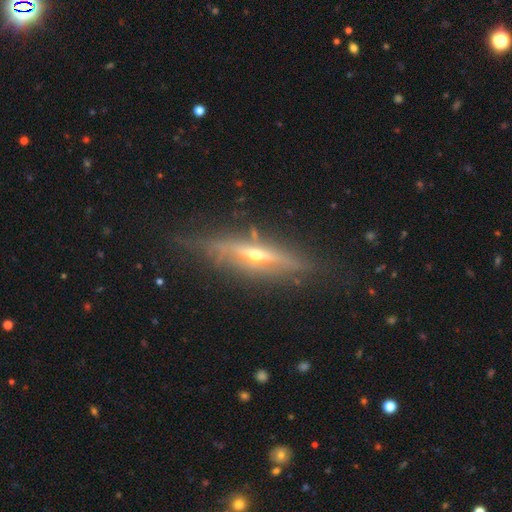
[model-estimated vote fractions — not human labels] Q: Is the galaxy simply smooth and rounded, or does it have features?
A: featured or disk — 76%.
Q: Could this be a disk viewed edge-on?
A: yes — 88%.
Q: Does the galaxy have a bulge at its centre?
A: rounded — 90%.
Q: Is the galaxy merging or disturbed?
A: none — 71%.